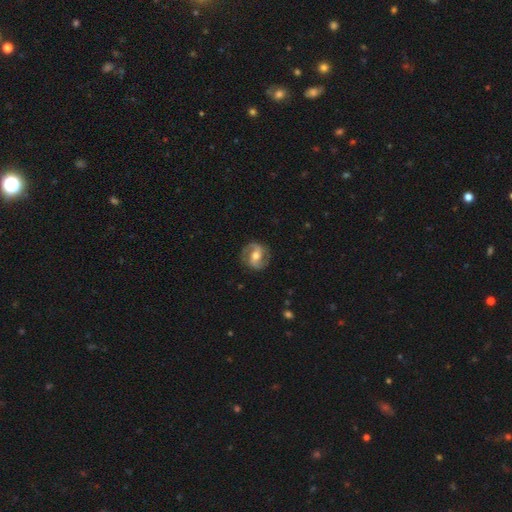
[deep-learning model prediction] smooth_or_featured: featured or disk (p=0.81) [alt: smooth p=0.14]
disk_edge_on: no (p=0.97) [alt: yes p=0.03]
bar: weak (p=0.41) [alt: strong p=0.33]
has_spiral_arms: yes (p=0.92) [alt: no p=0.08]
spiral_winding: medium (p=0.52) [alt: loose p=0.25]
spiral_arm_count: 2 (p=0.91) [alt: can't tell p=0.04]
bulge_size: moderate (p=0.71) [alt: small p=0.20]
merging: none (p=0.84) [alt: minor disturbance p=0.11]